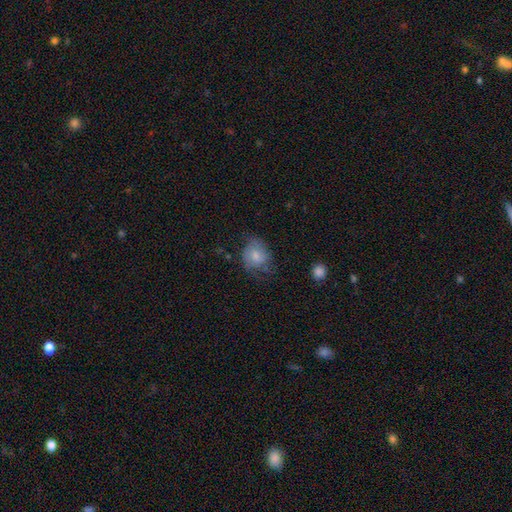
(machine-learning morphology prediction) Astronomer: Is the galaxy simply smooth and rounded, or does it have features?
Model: smooth — 60%.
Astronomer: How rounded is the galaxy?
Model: round — 55% (runner-up: in between, 44%).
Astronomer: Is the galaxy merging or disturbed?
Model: none — 48% (runner-up: minor disturbance, 31%).